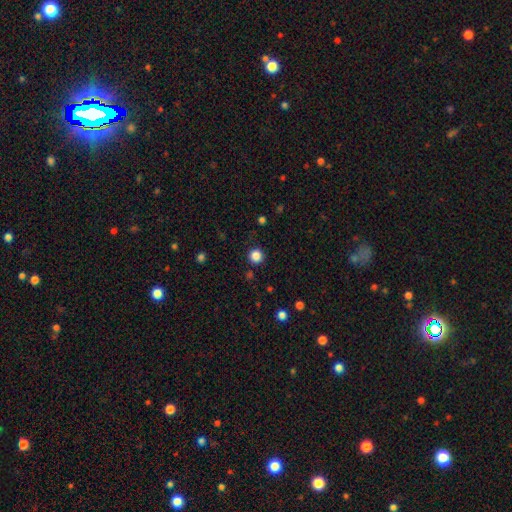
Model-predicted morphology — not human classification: Overall: smooth (85%). How rounded: round (95%). Merging: none (90%).